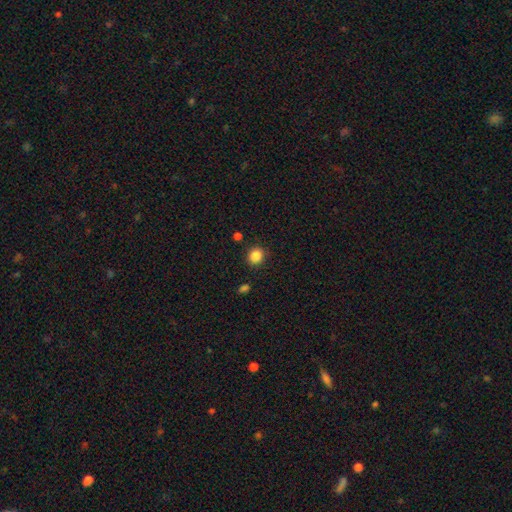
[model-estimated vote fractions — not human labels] Q: Smooth or featured?
A: smooth (86%); runner-up: star or artifact (11%)
Q: How rounded?
A: round (84%); runner-up: in between (15%)
Q: Merging?
A: none (87%); runner-up: minor disturbance (8%)